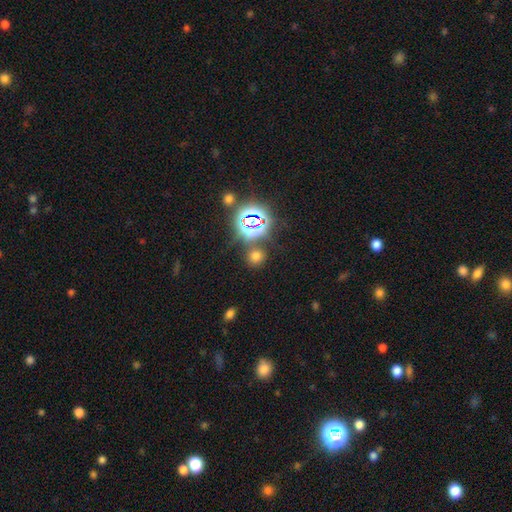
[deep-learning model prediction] A smooth galaxy with no disk features (60%) that is round (85%).

Vote fractions:
- Smooth or featured? smooth: 60% / star or artifact: 34% / featured or disk: 6%
- How rounded? round: 85% / in between: 14% / cigar-shaped: 1%
- Merging? none: 80% / minor disturbance: 8% / merger: 8% / major disturbance: 4%